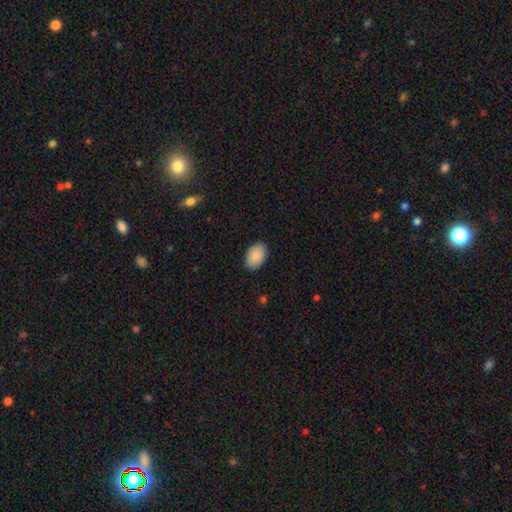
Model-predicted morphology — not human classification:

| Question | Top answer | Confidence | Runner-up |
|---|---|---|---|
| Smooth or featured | smooth | 90% | star or artifact (6%) |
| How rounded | in between | 89% | round (10%) |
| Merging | none | 87% | minor disturbance (10%) |